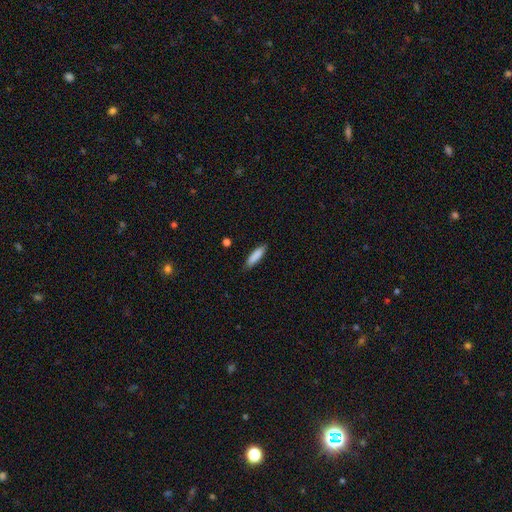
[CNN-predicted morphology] A smooth galaxy with no disk features (86%) that is cigar-shaped (70%). Merging: none (86%).